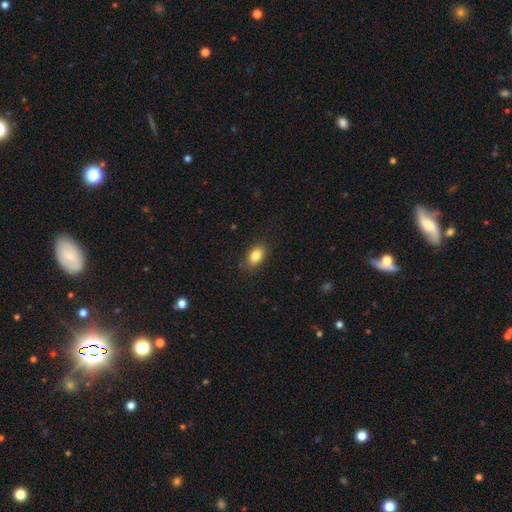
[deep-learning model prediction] smooth-or-featured: smooth: 84% | star or artifact: 8% | featured or disk: 8%
  how-rounded: in between: 85% | round: 13% | cigar-shaped: 2%
  merging: none: 86% | minor disturbance: 11% | major disturbance: 3% | merger: 1%